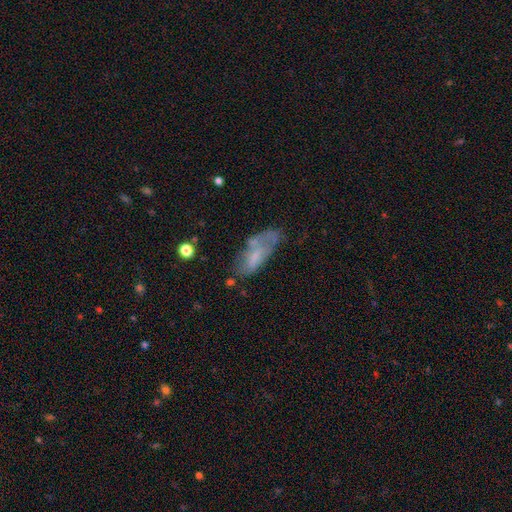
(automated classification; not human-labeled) Smooth or featured?
  - smooth: 51% *
  - featured or disk: 39%
  - star or artifact: 9%
How rounded?
  - in between: 74% *
  - cigar-shaped: 24%
  - round: 2%
Merging?
  - none: 41% *
  - minor disturbance: 28%
  - major disturbance: 21%
  - merger: 11%